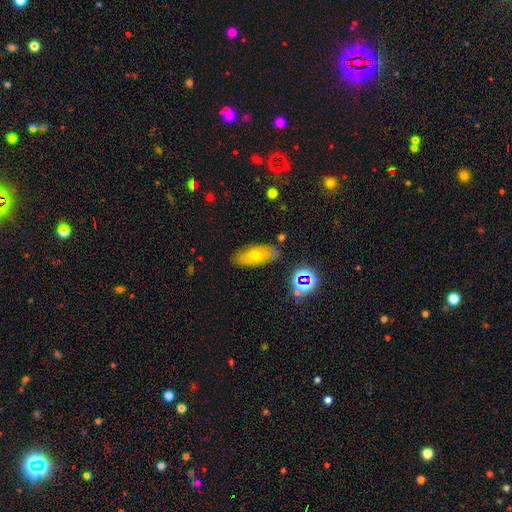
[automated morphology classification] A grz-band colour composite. It shows a smooth galaxy with no disk features (53%) that is in between round and cigar-shaped (84%). Merging: none (76%).